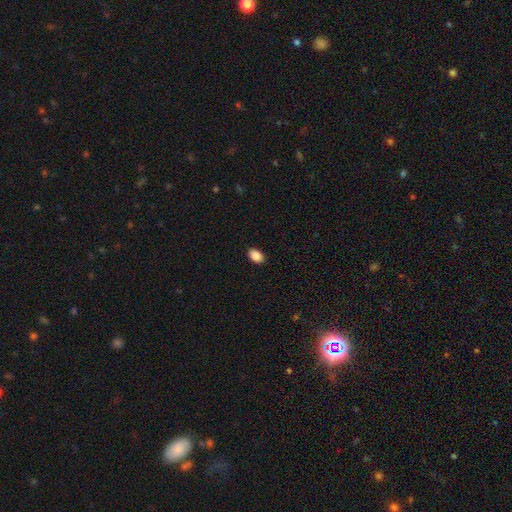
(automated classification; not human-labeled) This is clearly a smooth galaxy (89%). How rounded: clearly in between (85%). Merging: clearly none (90%).